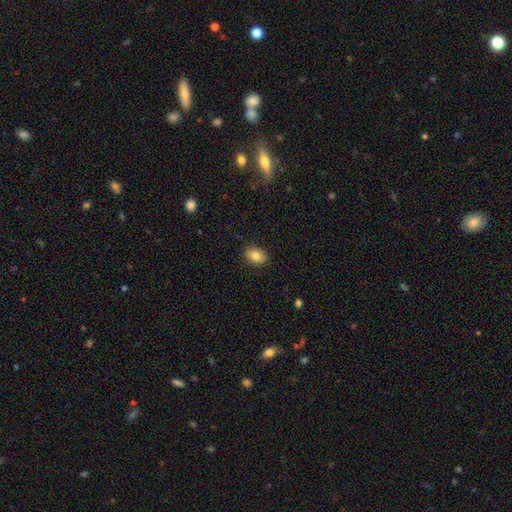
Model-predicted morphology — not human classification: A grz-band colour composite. It shows a smooth galaxy with no disk features (83%) that is in between round and cigar-shaped (67%). Merging: none (89%).